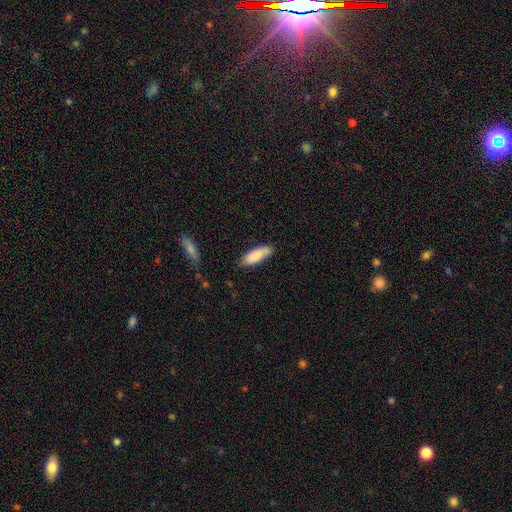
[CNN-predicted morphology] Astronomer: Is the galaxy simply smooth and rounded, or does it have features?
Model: smooth — 82%.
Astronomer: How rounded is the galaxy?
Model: in between — 62%.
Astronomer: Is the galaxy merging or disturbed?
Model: none — 75%.